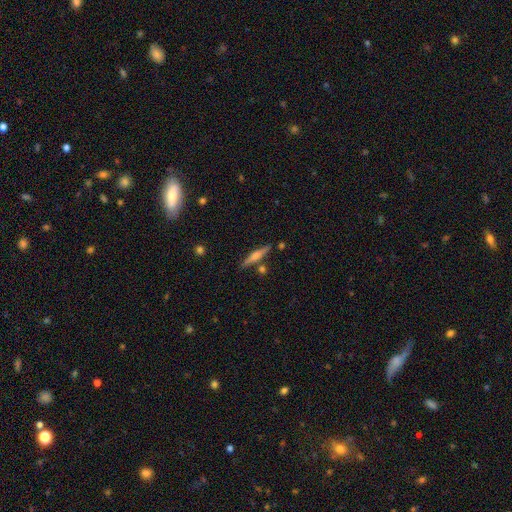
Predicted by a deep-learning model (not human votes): This appears to be a featured or disk galaxy (65%) viewed edge-on (97%) with a rounded central bulge (81%). Merging: none (85%).